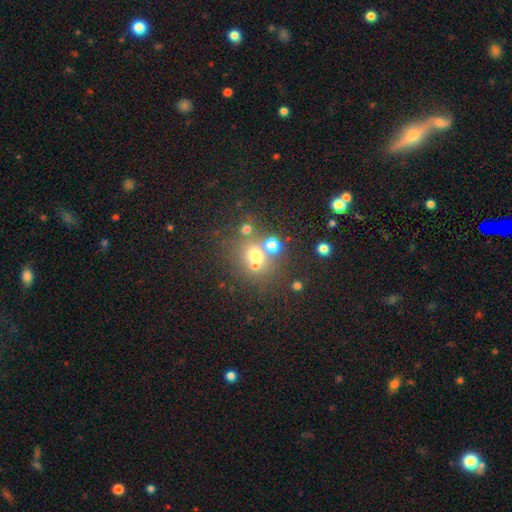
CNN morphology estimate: Smooth or featured? smooth (62%)
How rounded? round (82%)
Merging? none (54%)